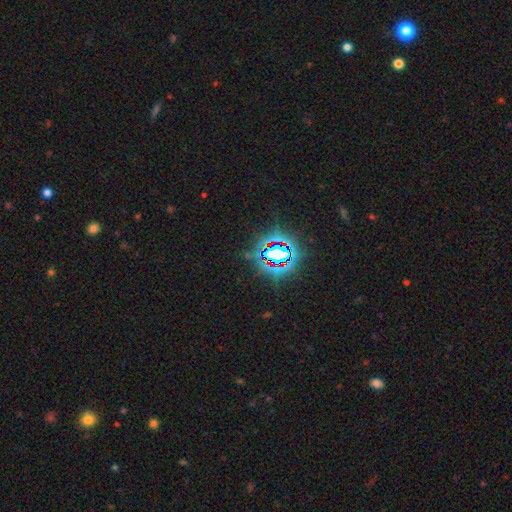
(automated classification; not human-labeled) Smooth or featured? star or artifact (82%)